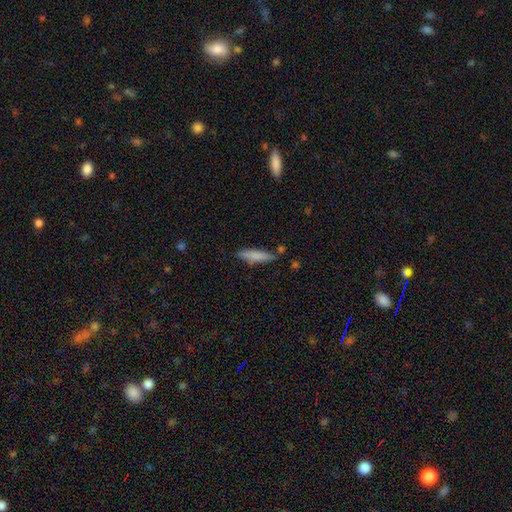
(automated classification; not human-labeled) smooth-or-featured: smooth: 79% | featured or disk: 15% | star or artifact: 6%
  how-rounded: cigar-shaped: 76% | in between: 23% | round: 2%
  merging: none: 76% | minor disturbance: 16% | merger: 5% | major disturbance: 3%